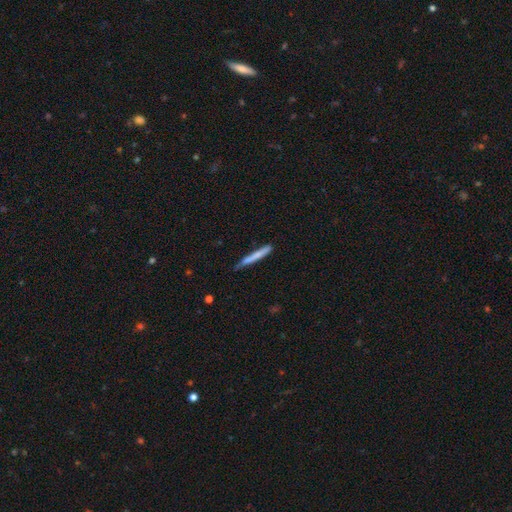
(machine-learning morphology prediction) Overall: smooth (69%). How rounded: cigar-shaped (96%). Merging: none (76%).